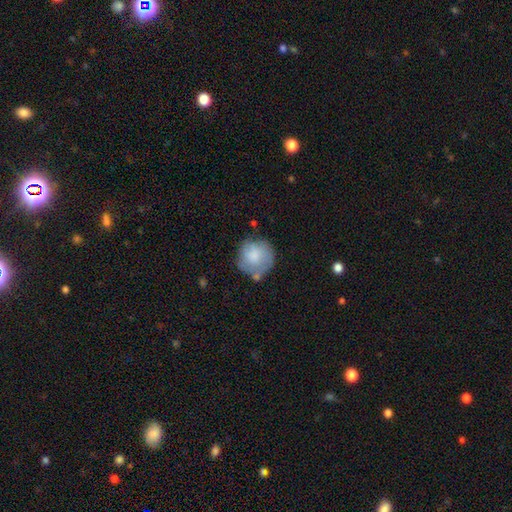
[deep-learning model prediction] smooth_or_featured: smooth (p=0.70) [alt: featured or disk p=0.23]
how_rounded: round (p=0.89) [alt: in between p=0.10]
merging: none (p=0.56) [alt: minor disturbance p=0.26]